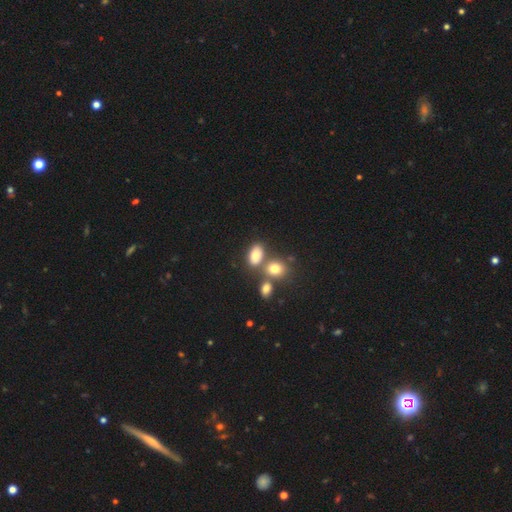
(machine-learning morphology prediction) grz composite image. It shows a smooth galaxy with no disk features (78%) that is in between round and cigar-shaped (83%). Merging: none (53%).